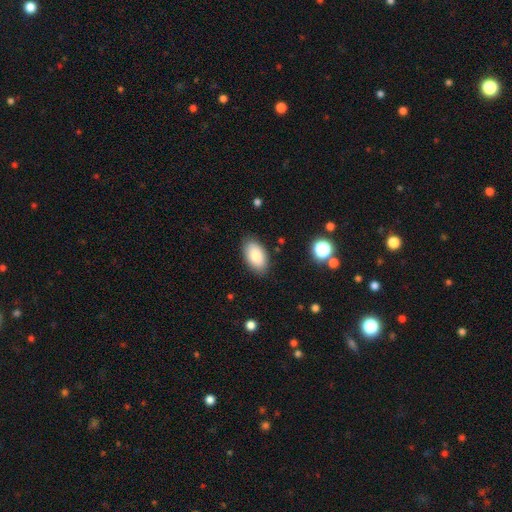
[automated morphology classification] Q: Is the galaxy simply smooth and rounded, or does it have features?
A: smooth — 83%.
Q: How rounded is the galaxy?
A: in between — 94%.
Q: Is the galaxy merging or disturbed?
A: none — 85%.